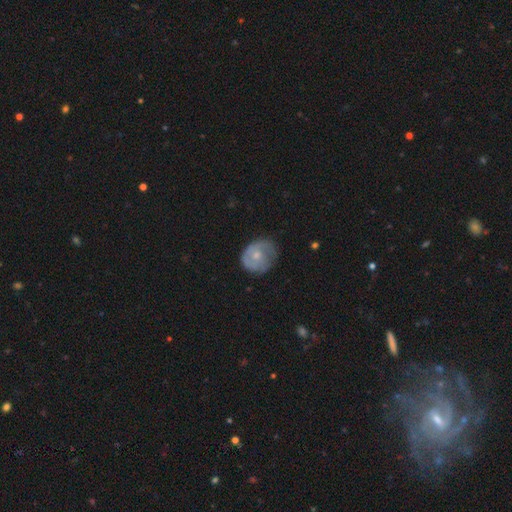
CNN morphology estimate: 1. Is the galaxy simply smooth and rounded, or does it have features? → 53% featured or disk, 41% smooth, 7% star or artifact.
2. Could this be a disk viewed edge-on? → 97% no, 3% yes.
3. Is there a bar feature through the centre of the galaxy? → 79% no, 18% weak, 3% strong.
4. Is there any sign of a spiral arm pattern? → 71% yes, 29% no.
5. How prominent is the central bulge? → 54% small, 40% moderate, 3% none, 2% large, 1% dominant.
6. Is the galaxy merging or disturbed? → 58% none, 28% minor disturbance, 12% major disturbance, 1% merger.